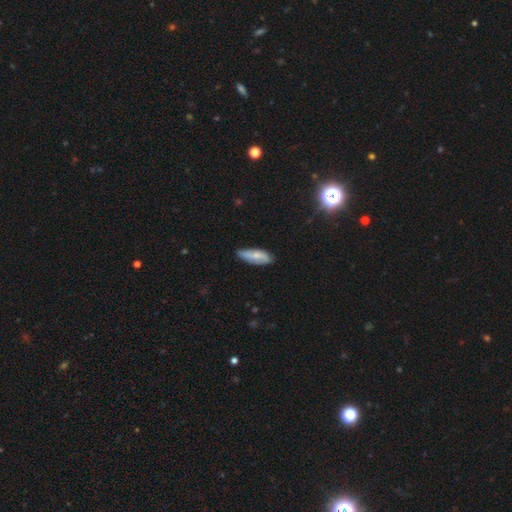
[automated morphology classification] smooth-or-featured: smooth: 61% | featured or disk: 33% | star or artifact: 6%
  how-rounded: in between: 70% | cigar-shaped: 27% | round: 2%
  merging: none: 71% | minor disturbance: 23% | major disturbance: 4% | merger: 2%